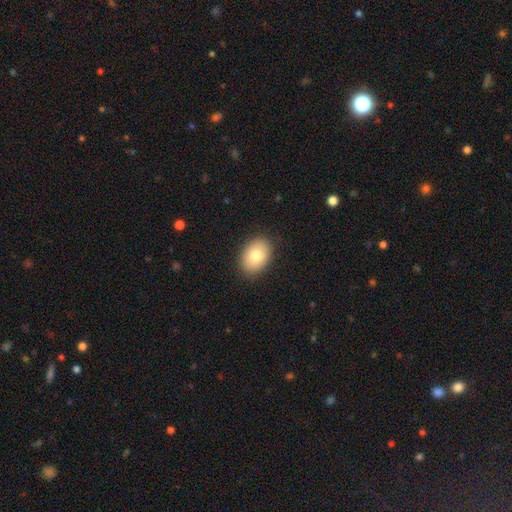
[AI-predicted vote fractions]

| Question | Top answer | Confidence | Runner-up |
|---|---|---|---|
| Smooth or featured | smooth | 82% | featured or disk (11%) |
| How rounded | in between | 80% | round (19%) |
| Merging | none | 88% | minor disturbance (9%) |